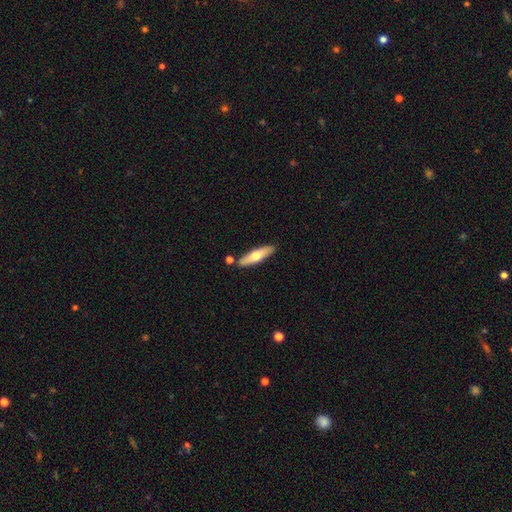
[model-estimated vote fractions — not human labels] Morphology: type=smooth (56%); roundness=cigar-shaped (70%); merging=none (82%).